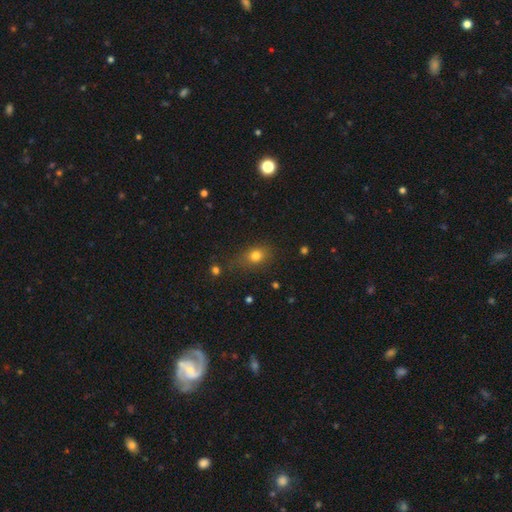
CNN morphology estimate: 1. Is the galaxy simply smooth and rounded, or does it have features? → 77% smooth, 14% star or artifact, 9% featured or disk.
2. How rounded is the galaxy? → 55% in between, 42% round, 3% cigar-shaped.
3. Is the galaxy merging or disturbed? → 69% none, 20% minor disturbance, 8% major disturbance, 3% merger.